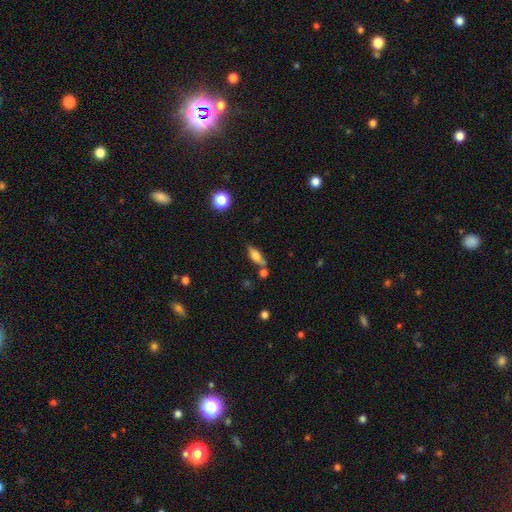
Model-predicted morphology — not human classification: Smooth or featured? smooth (59%)
How rounded? in between (65%)
Merging? none (61%)